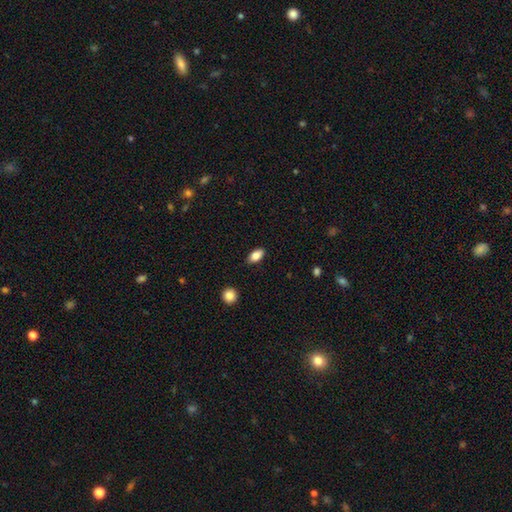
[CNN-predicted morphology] Overall: smooth (85%). How rounded: in between (90%). Merging: none (87%).